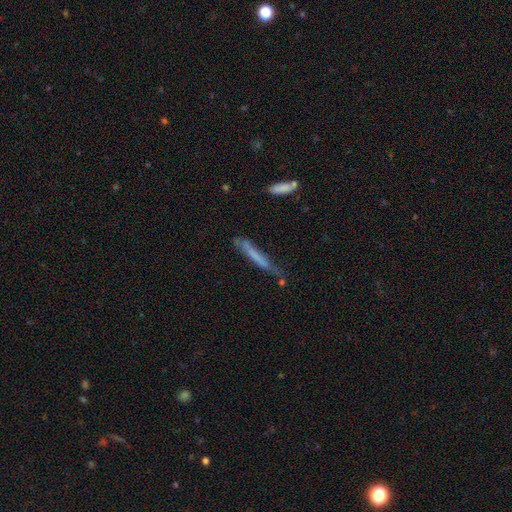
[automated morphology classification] A smooth galaxy with no disk features (57%) that is cigar-shaped (95%).

Vote fractions:
- Smooth or featured? smooth: 57% / featured or disk: 35% / star or artifact: 8%
- How rounded? cigar-shaped: 95% / in between: 4% / round: 1%
- Merging? none: 55% / minor disturbance: 29% / major disturbance: 10% / merger: 6%